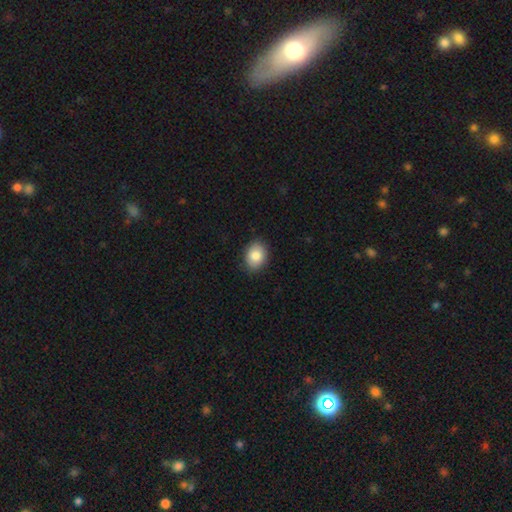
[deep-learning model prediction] smooth 84%, featured or disk 8%, star or artifact 8%. Down the decision tree: how rounded — in between (70%); merging — none (87%).